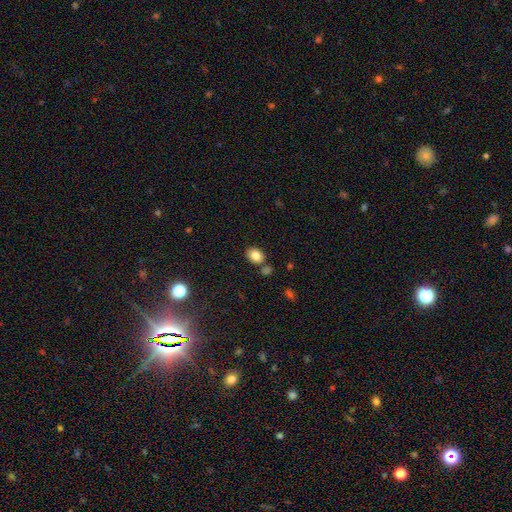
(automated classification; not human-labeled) Smooth or featured? Predicted: smooth (p=0.83). How rounded? Predicted: in between (p=0.62). Merging? Predicted: none (p=0.76).